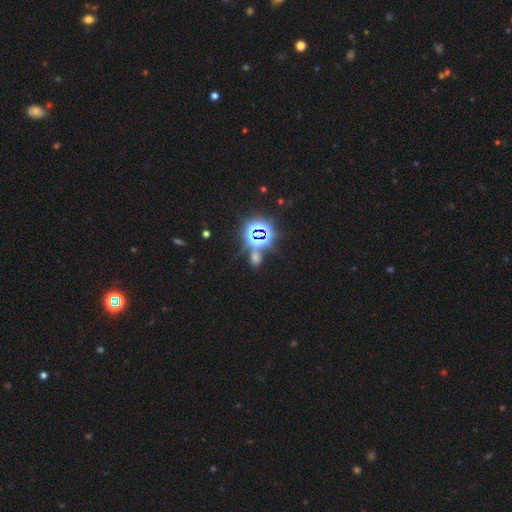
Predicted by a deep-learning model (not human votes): Smooth or featured? star or artifact (74%)